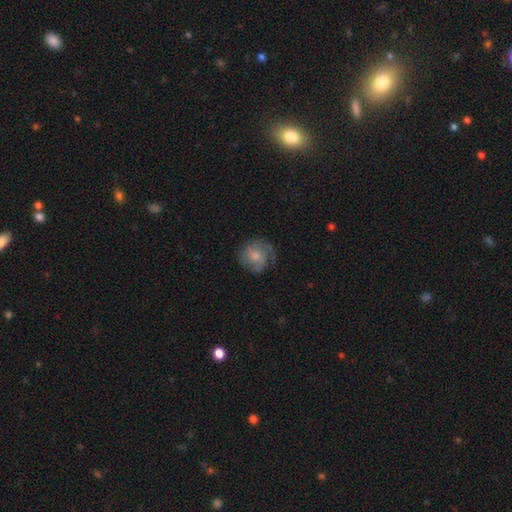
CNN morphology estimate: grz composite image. It shows a smooth galaxy with no disk features (50%). Merging: none (63%).